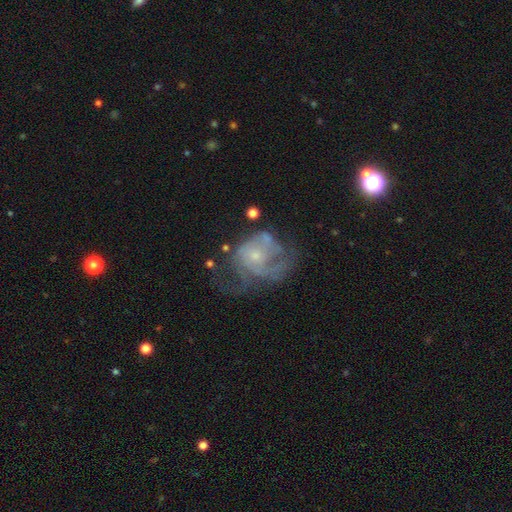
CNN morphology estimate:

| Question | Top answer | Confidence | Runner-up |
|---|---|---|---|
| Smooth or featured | featured or disk | 73% | smooth (18%) |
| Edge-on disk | no | 98% | yes (2%) |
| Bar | no | 79% | weak (19%) |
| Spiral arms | yes | 76% | no (24%) |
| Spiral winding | medium | 39% | tight (38%) |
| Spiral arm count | can't tell | 38% | 2 (23%) |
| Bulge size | small | 64% | moderate (28%) |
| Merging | major disturbance | 41% | none (33%) |